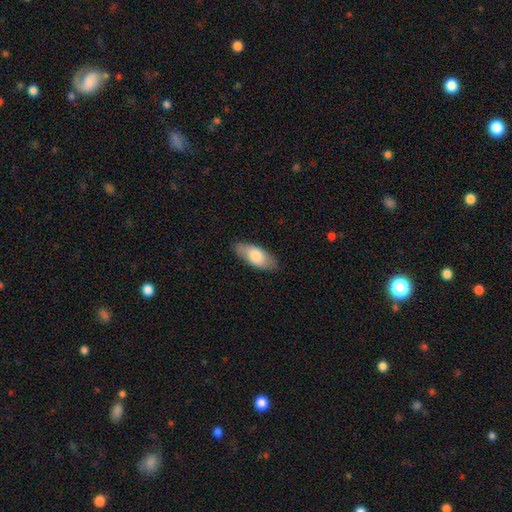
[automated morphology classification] A smooth galaxy with no disk features (77%) that is in between round and cigar-shaped (83%).

Vote fractions:
- Smooth or featured? smooth: 77% / featured or disk: 18% / star or artifact: 6%
- How rounded? in between: 83% / cigar-shaped: 14% / round: 2%
- Merging? none: 83% / minor disturbance: 13% / major disturbance: 3% / merger: 1%